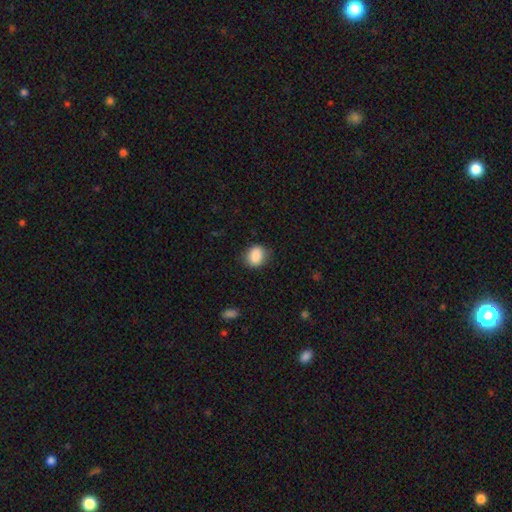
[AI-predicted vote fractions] Smooth or featured? smooth (87%)
How rounded? round (50%)
Merging? none (81%)